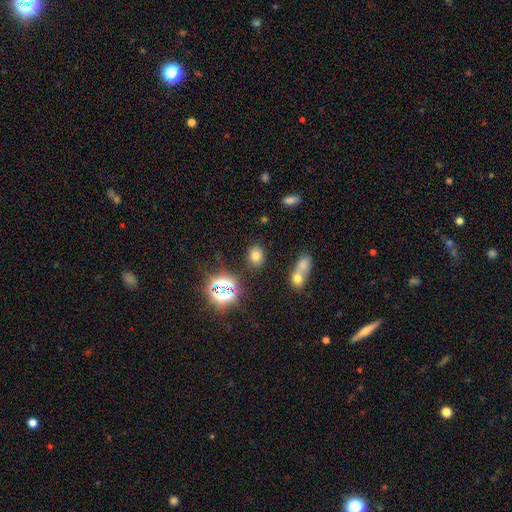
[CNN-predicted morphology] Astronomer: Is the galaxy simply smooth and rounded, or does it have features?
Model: smooth — 70%.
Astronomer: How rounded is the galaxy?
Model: round — 50% (runner-up: in between, 48%).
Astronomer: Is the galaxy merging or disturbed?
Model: none — 80%.